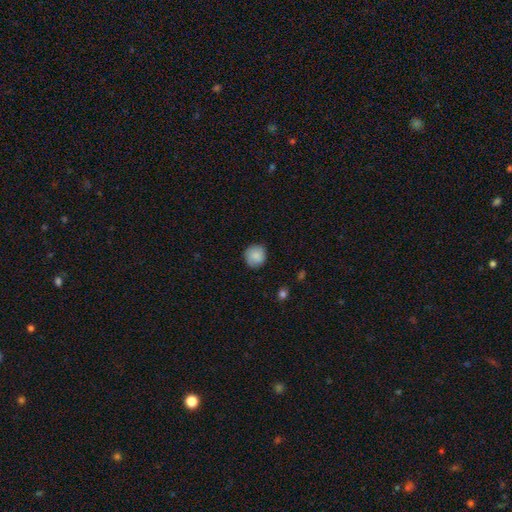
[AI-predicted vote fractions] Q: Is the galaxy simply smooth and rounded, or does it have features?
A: smooth — 82%.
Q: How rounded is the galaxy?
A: round — 87%.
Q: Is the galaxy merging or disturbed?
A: none — 81%.